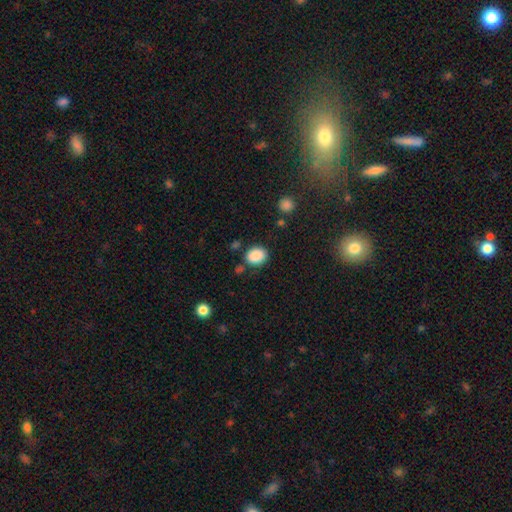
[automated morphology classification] Smooth or featured?
  - smooth: 87% *
  - star or artifact: 9%
  - featured or disk: 4%
How rounded?
  - round: 52% *
  - in between: 47%
  - cigar-shaped: 1%
Merging?
  - none: 77% *
  - minor disturbance: 14%
  - merger: 5%
  - major disturbance: 4%